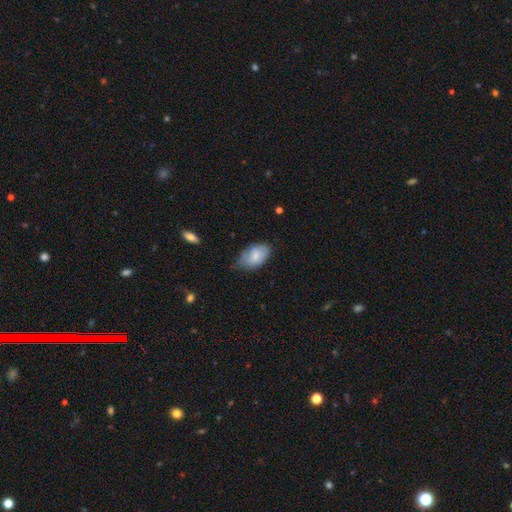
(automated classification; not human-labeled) A smooth galaxy with no disk features (77%) that is in between round and cigar-shaped (93%).

Vote fractions:
- Smooth or featured? smooth: 77% / featured or disk: 16% / star or artifact: 6%
- How rounded? in between: 93% / round: 5% / cigar-shaped: 2%
- Merging? none: 55% / minor disturbance: 36% / major disturbance: 7% / merger: 2%